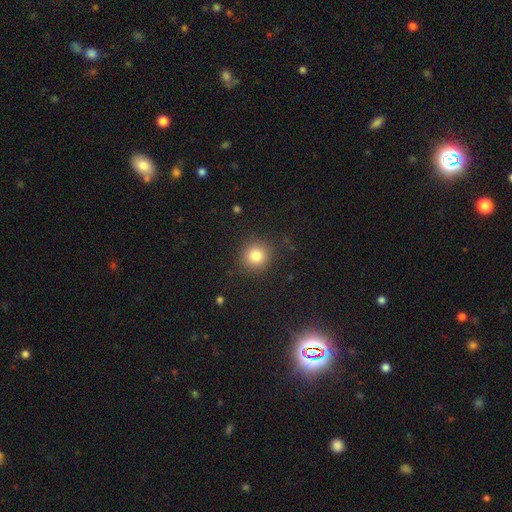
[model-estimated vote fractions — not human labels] Q: Smooth or featured?
A: smooth (82%); runner-up: star or artifact (12%)
Q: How rounded?
A: round (91%); runner-up: in between (8%)
Q: Merging?
A: none (88%); runner-up: minor disturbance (8%)